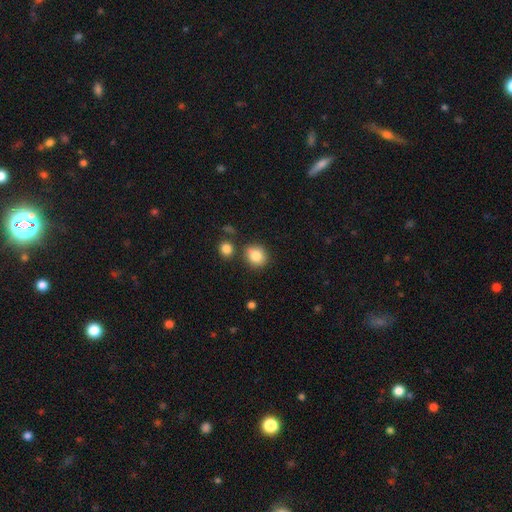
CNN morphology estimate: This appears to be a smooth galaxy with no disk features (84%) that is round (76%). Merging: none (78%).